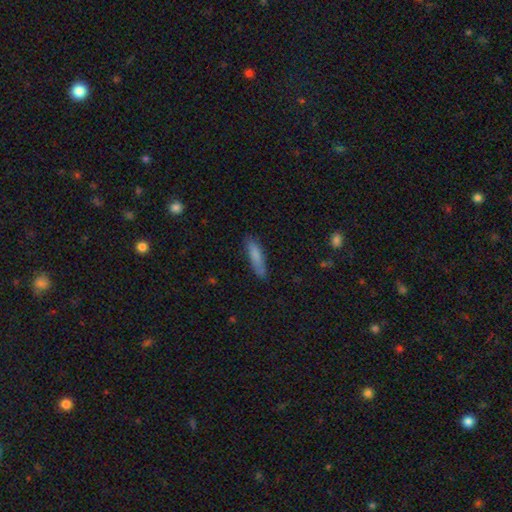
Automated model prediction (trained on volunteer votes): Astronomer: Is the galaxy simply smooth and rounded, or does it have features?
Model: smooth — 82%.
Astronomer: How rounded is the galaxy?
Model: cigar-shaped — 76%.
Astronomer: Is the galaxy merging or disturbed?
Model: none — 76%.